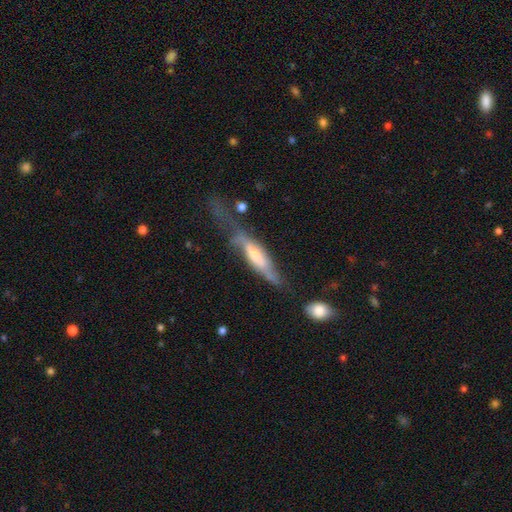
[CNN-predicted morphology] Smooth or featured? Predicted: featured or disk (p=0.50). Edge-on disk? Predicted: yes (p=0.60). Merging? Predicted: major disturbance (p=0.43).